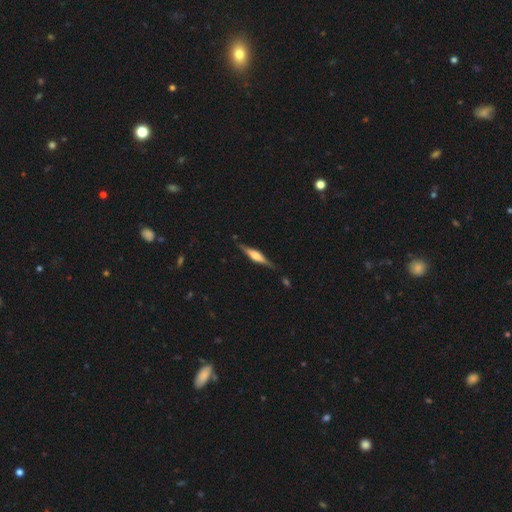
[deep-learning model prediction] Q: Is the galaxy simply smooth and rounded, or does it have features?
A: featured or disk — 71%.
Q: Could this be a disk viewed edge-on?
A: yes — 97%.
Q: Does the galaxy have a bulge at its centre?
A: rounded — 73%.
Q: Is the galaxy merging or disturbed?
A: none — 85%.